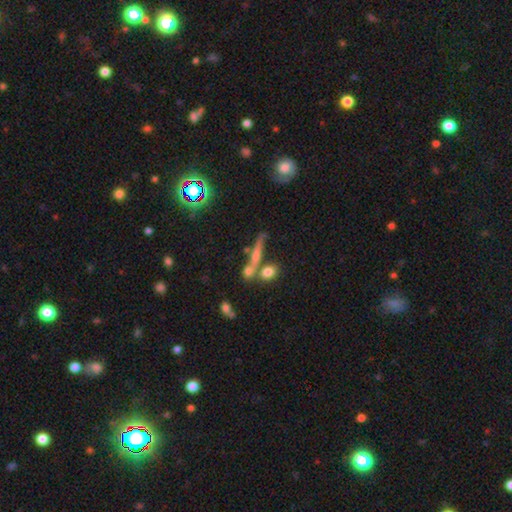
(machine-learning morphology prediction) This is marginally a smooth galaxy (42%). Merging: possibly none (55%).